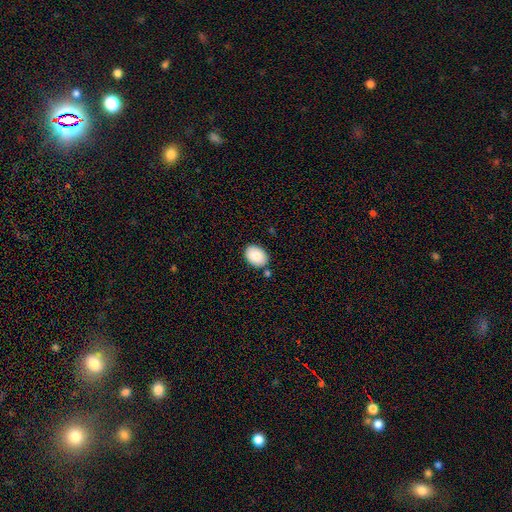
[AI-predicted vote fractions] This appears to be a smooth galaxy with no disk features (88%) that is in between round and cigar-shaped (81%). Merging: none (83%).